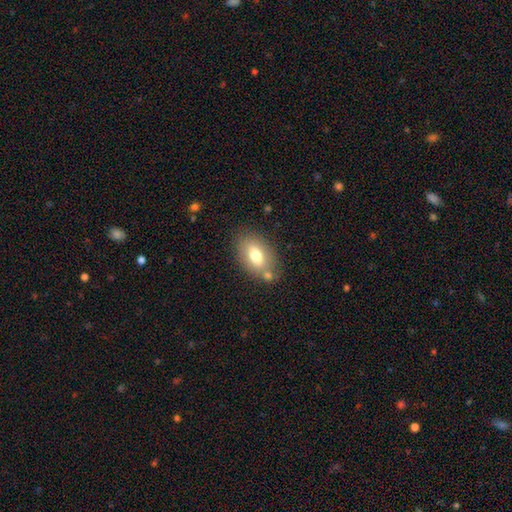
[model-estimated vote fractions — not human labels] Smooth or featured? smooth (72%)
How rounded? in between (87%)
Merging? none (68%)